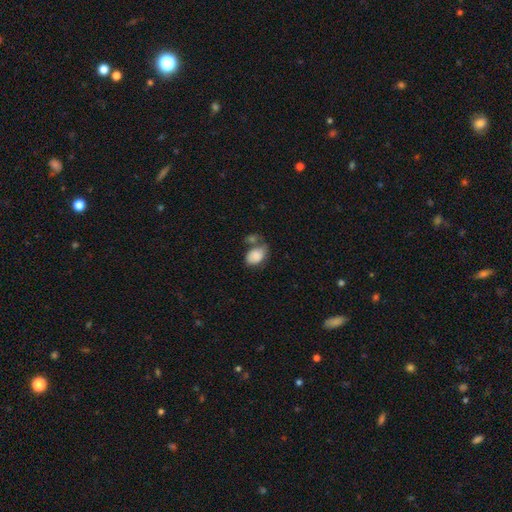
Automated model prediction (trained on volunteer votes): Q: Smooth or featured?
A: smooth (84%); runner-up: featured or disk (9%)
Q: How rounded?
A: in between (83%); runner-up: round (16%)
Q: Merging?
A: none (35%); runner-up: merger (31%)